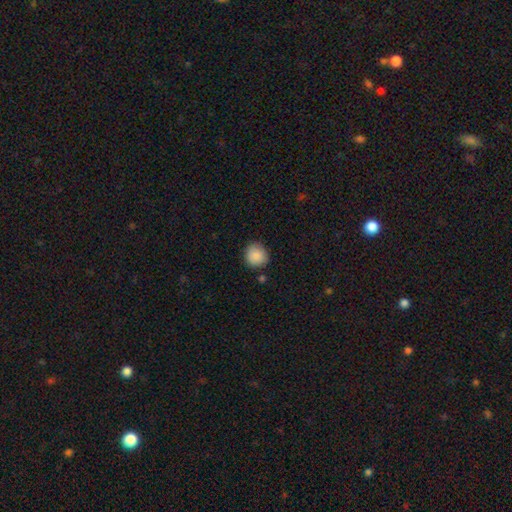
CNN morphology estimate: Overall: smooth (89%). How rounded: round (90%). Merging: none (84%).